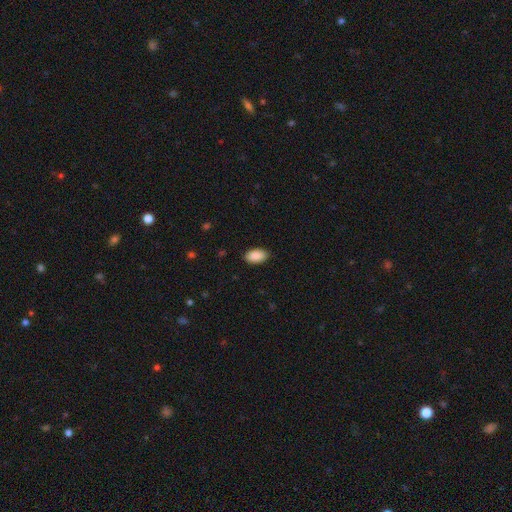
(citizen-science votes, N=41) Smooth or featured? 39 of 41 (95%) said smooth. How rounded? 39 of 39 (100%) said in between. Merging? 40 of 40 (100%) said none.